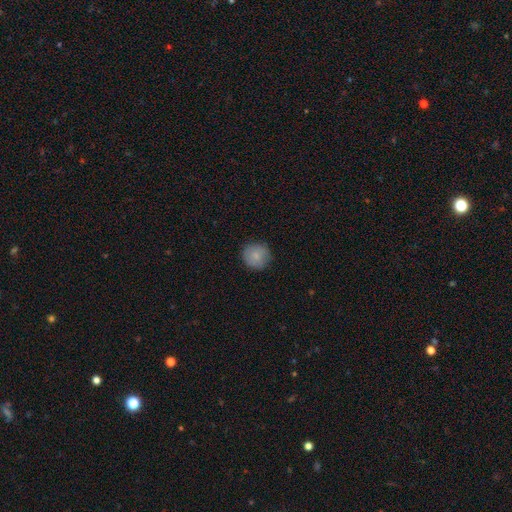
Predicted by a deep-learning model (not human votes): This appears to be a smooth galaxy with no disk features (84%) that is round (92%). Merging: none (86%).